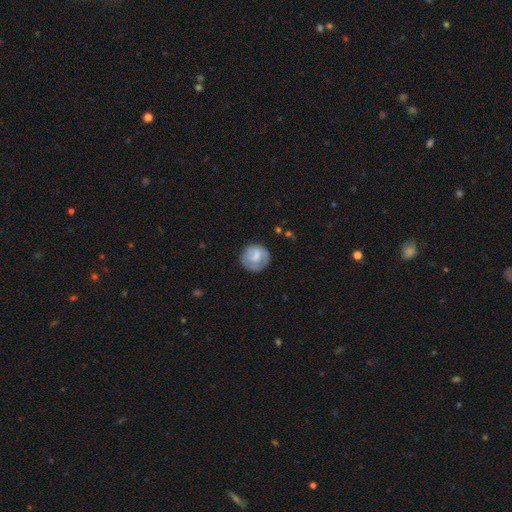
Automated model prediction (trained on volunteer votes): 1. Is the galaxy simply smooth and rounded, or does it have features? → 63% smooth, 30% featured or disk, 7% star or artifact.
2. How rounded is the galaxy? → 89% round, 10% in between, 1% cigar-shaped.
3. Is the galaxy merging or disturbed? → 72% none, 19% minor disturbance, 8% major disturbance, 2% merger.